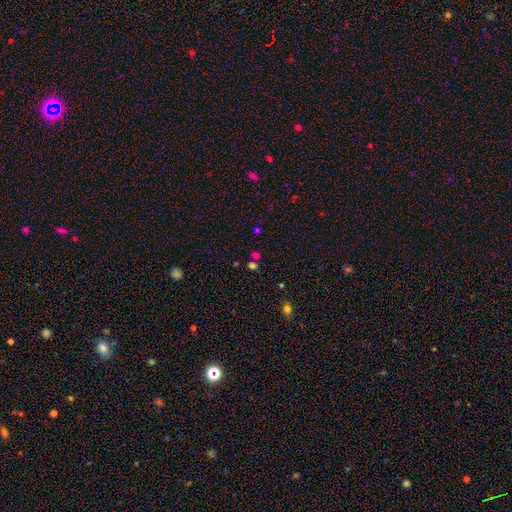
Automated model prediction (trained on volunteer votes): This appears to be a smooth galaxy with no disk features (55%) that is round (52%). Merging: none (61%).